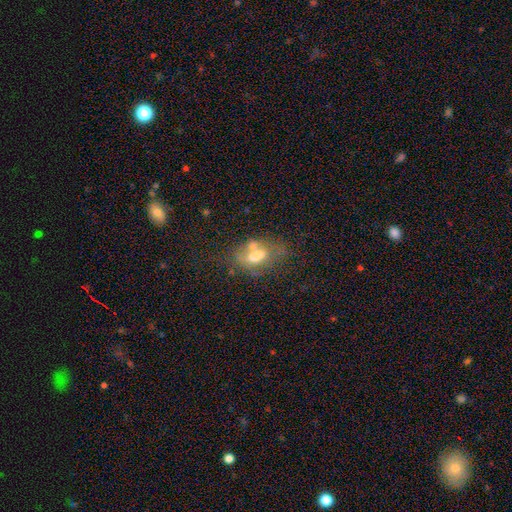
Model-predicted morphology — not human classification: type=smooth (51%); roundness=in between (82%); merging=none (39%).